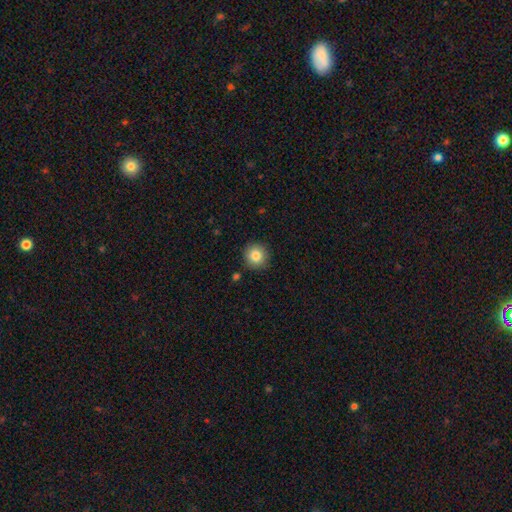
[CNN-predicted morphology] A smooth galaxy with no disk features (84%) that is round (93%). Merging: none (89%).